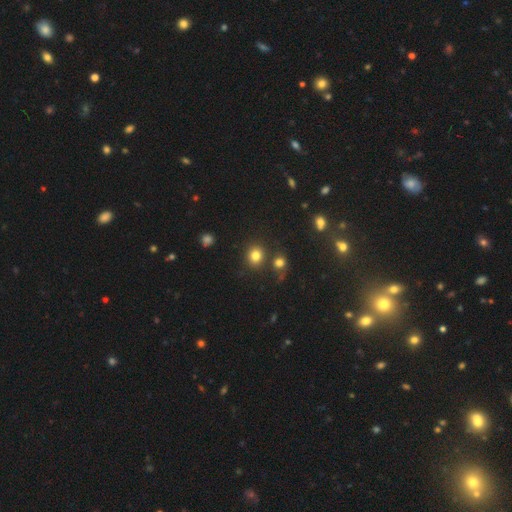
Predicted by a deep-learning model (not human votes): A smooth galaxy with no disk features (80%) that is round (79%).

Vote fractions:
- Smooth or featured? smooth: 80% / star or artifact: 14% / featured or disk: 6%
- How rounded? round: 79% / in between: 20% / cigar-shaped: 1%
- Merging? none: 78% / merger: 10% / minor disturbance: 9% / major disturbance: 3%